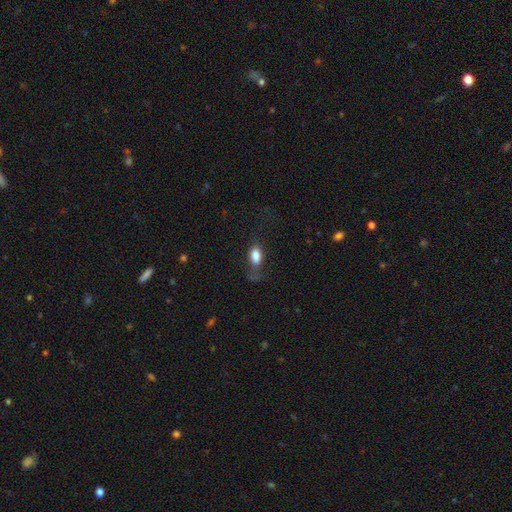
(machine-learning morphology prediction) smooth_or_featured: smooth (p=0.81) [alt: featured or disk p=0.10]
how_rounded: in between (p=0.87) [alt: cigar-shaped p=0.07]
merging: none (p=0.48) [alt: minor disturbance p=0.25]